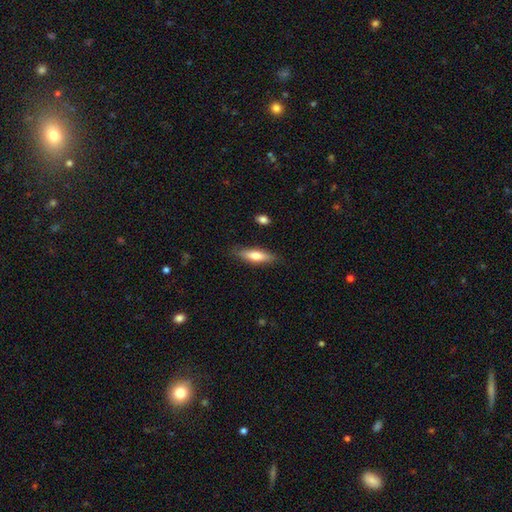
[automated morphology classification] The model was most divided on "how rounded": cigar-shaped: 60%, in between: 38%, round: 2%. More confident: merging — none (84%); smooth or featured — smooth (68%).